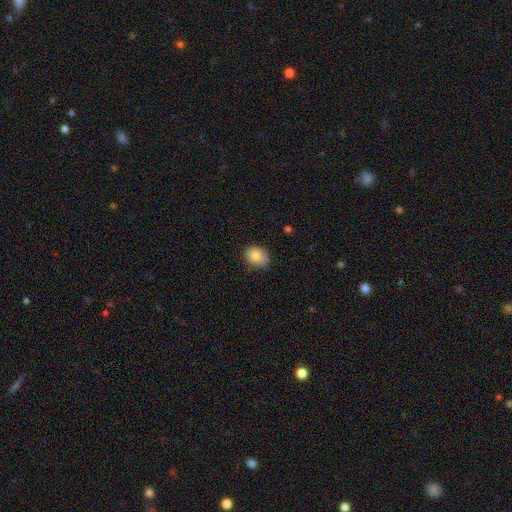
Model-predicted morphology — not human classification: Smooth or featured? Predicted: smooth (p=0.84). How rounded? Predicted: in between (p=0.65). Merging? Predicted: none (p=0.81).